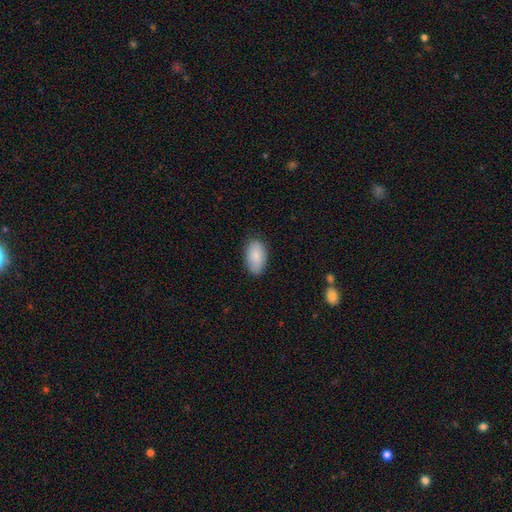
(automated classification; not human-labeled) Morphology: type=smooth (87%); roundness=in between (94%); merging=none (83%).